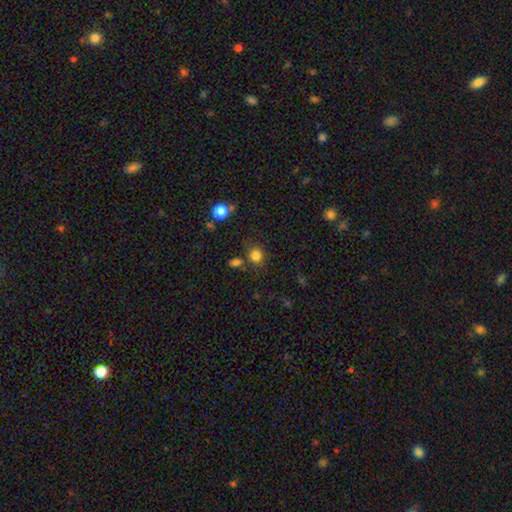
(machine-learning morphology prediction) This appears to be a smooth galaxy with no disk features (81%) that is round (77%). Merging: none (73%).